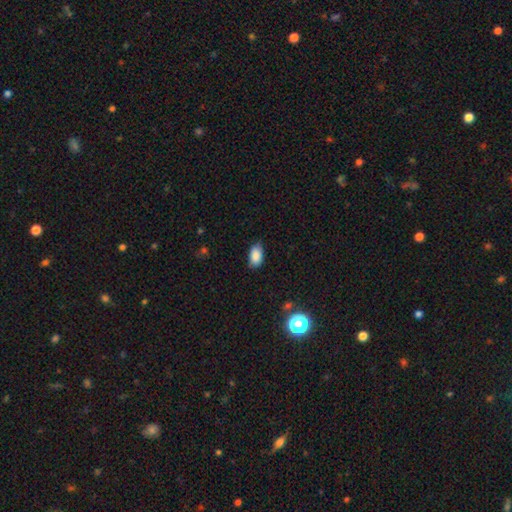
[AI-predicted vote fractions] Overall: smooth (87%). How rounded: in between (93%). Merging: none (79%).